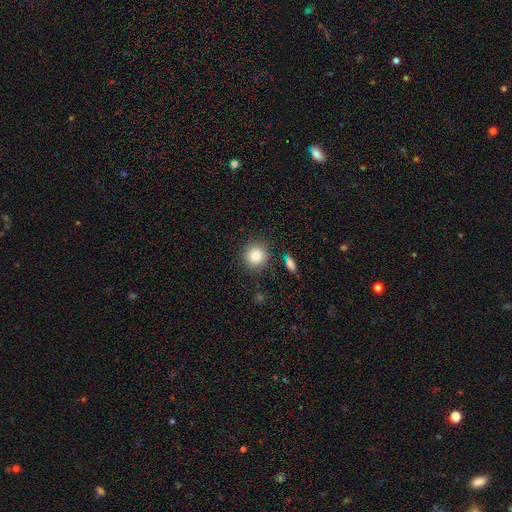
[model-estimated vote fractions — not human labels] This is clearly a smooth galaxy (83%). How rounded: clearly round (89%). Merging: clearly none (87%).